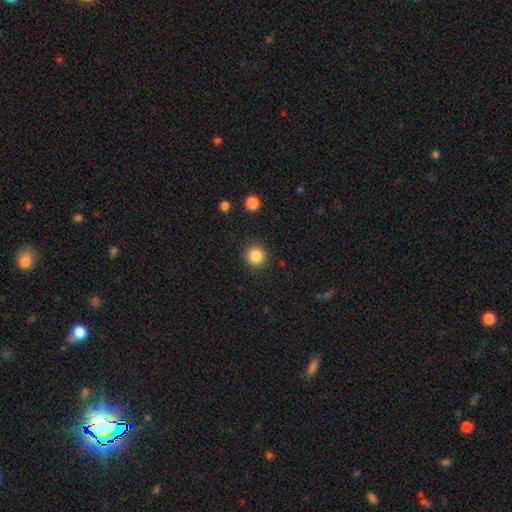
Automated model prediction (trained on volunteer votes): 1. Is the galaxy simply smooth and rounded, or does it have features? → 86% smooth, 10% star or artifact, 4% featured or disk.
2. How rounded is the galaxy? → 94% round, 5% in between, 1% cigar-shaped.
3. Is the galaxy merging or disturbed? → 91% none, 5% minor disturbance, 2% major disturbance, 1% merger.